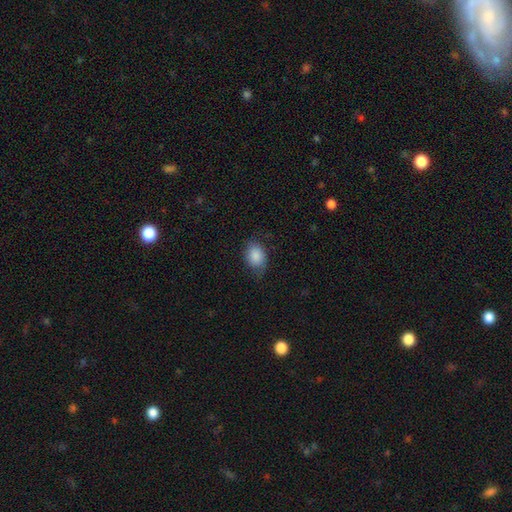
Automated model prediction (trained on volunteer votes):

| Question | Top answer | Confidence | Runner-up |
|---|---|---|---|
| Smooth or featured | smooth | 84% | featured or disk (9%) |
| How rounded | in between | 68% | round (31%) |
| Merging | none | 67% | minor disturbance (24%) |